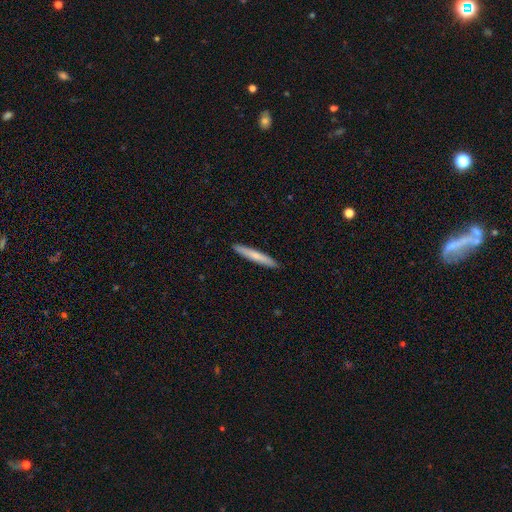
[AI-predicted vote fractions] smooth-or-featured: smooth: 67% | featured or disk: 27% | star or artifact: 5%
  how-rounded: cigar-shaped: 96% | in between: 3% | round: 1%
  merging: none: 92% | minor disturbance: 6% | major disturbance: 1% | merger: 1%